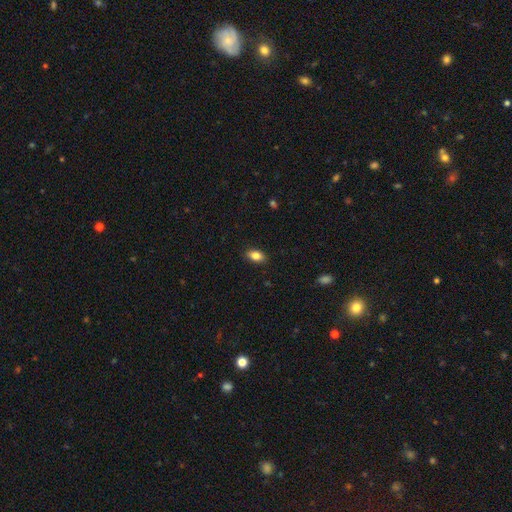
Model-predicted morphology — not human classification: Q: Smooth or featured?
A: smooth (84%); runner-up: star or artifact (8%)
Q: How rounded?
A: in between (89%); runner-up: round (8%)
Q: Merging?
A: none (89%); runner-up: minor disturbance (9%)